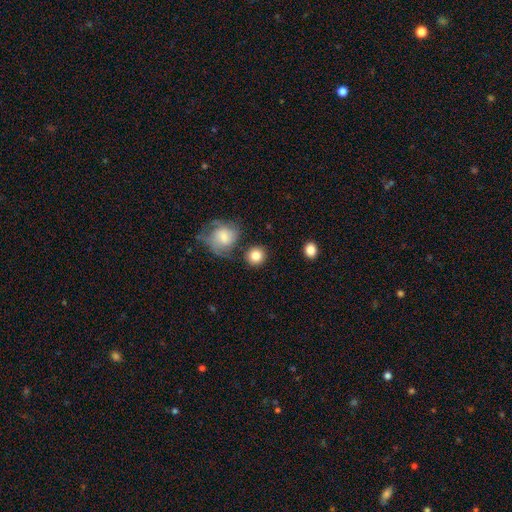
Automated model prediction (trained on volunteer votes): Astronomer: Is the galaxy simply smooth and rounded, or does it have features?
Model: smooth — 84%.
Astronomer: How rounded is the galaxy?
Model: round — 89%.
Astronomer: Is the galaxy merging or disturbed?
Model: none — 79%.